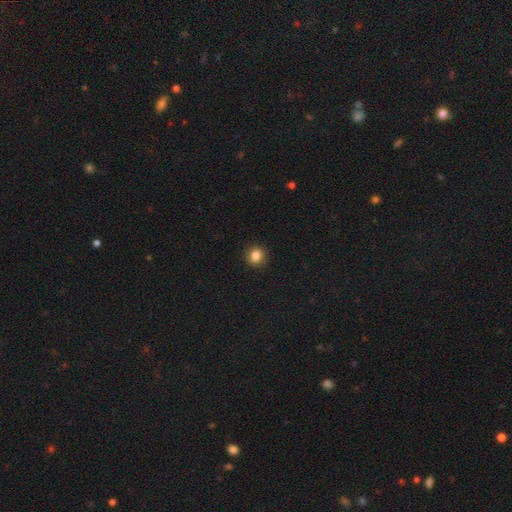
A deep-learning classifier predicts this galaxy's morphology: A smooth galaxy with no disk features (85%) that is round (82%).

Vote fractions:
- Smooth or featured? smooth: 85% / star or artifact: 11% / featured or disk: 4%
- How rounded? round: 82% / in between: 17% / cigar-shaped: 1%
- Merging? none: 91% / minor disturbance: 6% / major disturbance: 2% / merger: 1%